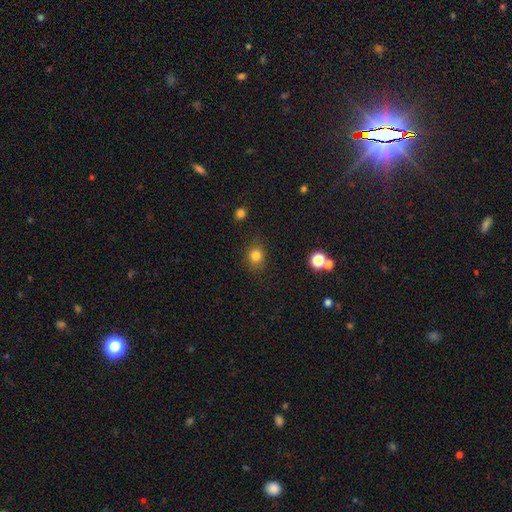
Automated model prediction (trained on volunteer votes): smooth 82%, star or artifact 13%, featured or disk 6%. Down the decision tree: how rounded — round (71%); merging — none (83%).